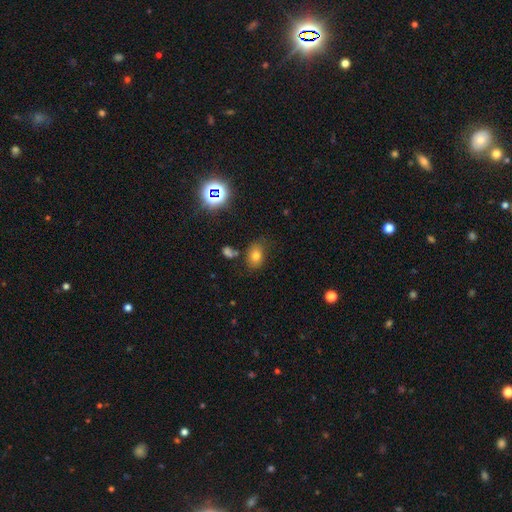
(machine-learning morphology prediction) This appears to be a smooth galaxy with no disk features (75%) that is in between round and cigar-shaped (74%). Merging: none (69%).